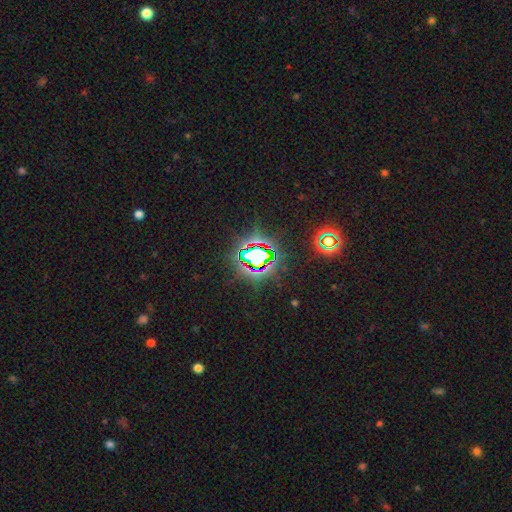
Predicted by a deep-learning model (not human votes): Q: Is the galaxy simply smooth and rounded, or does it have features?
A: star or artifact — 73%.